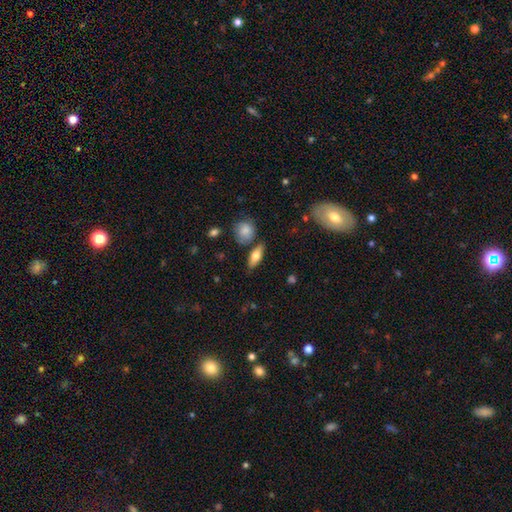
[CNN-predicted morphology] Smooth or featured: smooth — 65% (featured or disk — 28%)
How rounded: in between — 68% (cigar-shaped — 27%)
Merging: none — 77% (minor disturbance — 13%)